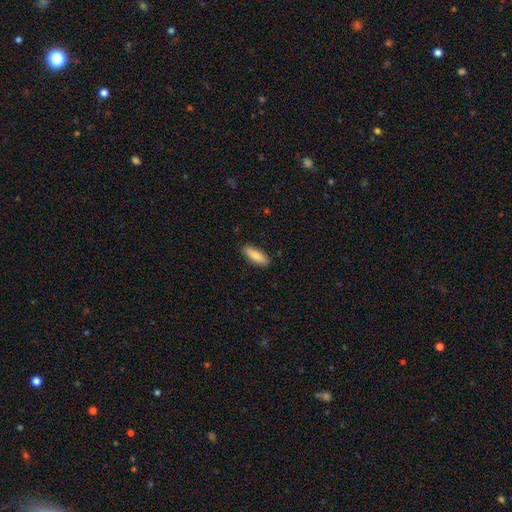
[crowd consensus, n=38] smooth_or_featured: smooth (p=0.87) [alt: star or artifact p=0.08]
how_rounded: in between (p=0.73) [alt: cigar-shaped p=0.27]
merging: none (p=0.91) [alt: minor disturbance p=0.06]